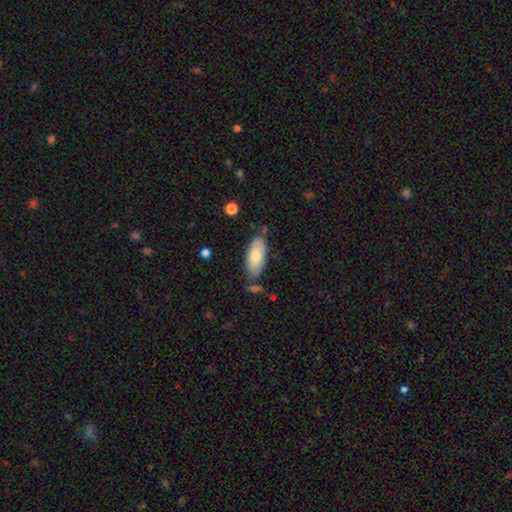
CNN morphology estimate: Smooth or featured: smooth — 74% (featured or disk — 20%)
How rounded: in between — 85% (cigar-shaped — 13%)
Merging: none — 73% (minor disturbance — 18%)